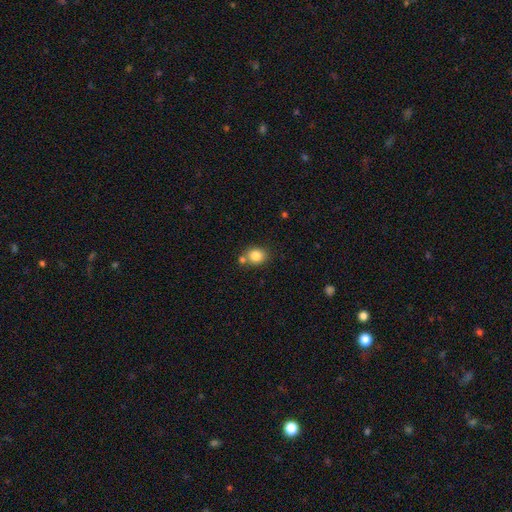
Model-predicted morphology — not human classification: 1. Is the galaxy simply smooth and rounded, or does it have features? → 83% smooth, 10% star or artifact, 7% featured or disk.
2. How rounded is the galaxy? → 67% round, 32% in between, 1% cigar-shaped.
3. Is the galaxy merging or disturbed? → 67% none, 19% merger, 11% minor disturbance, 3% major disturbance.